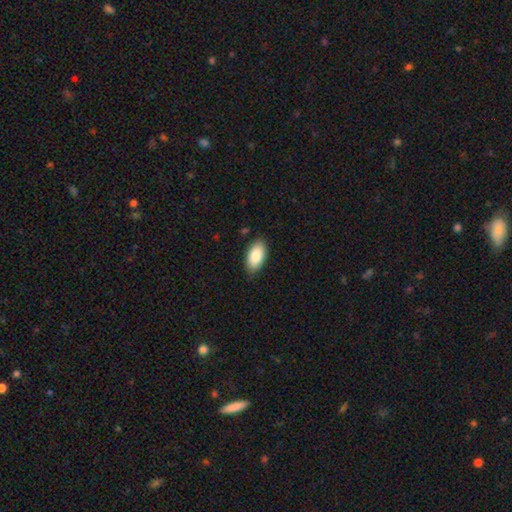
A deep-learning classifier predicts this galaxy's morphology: type=smooth (86%); roundness=in between (94%); merging=none (84%).